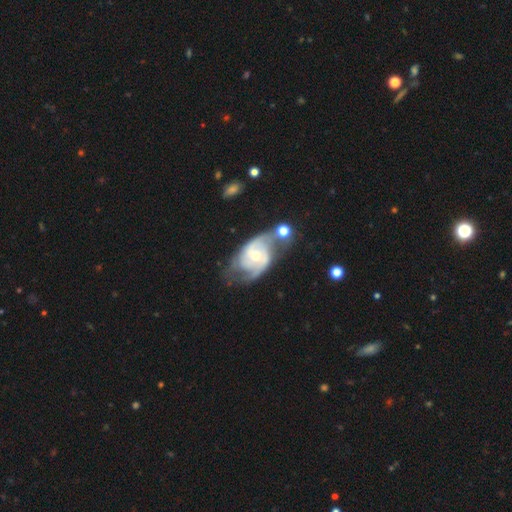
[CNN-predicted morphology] Smooth or featured? featured or disk (86%)
Edge-on disk? no (97%)
Bar? no (57%)
Spiral arms? yes (94%)
Spiral winding? medium (46%)
Spiral arm count? 2 (73%)
Bulge size? moderate (57%)
Merging? none (45%)